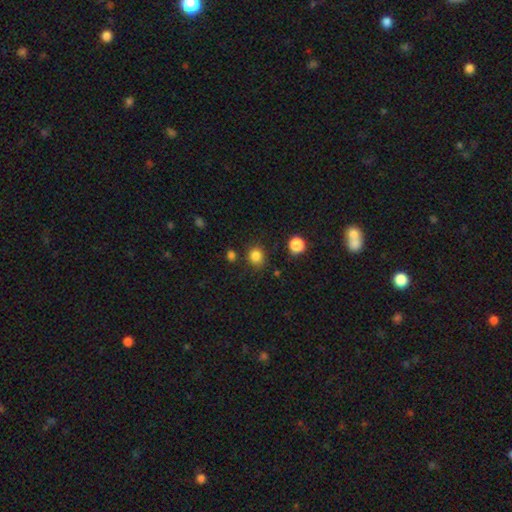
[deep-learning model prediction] The model was most divided on "how rounded": round: 81%, in between: 18%, cigar-shaped: 1%. More confident: smooth or featured — smooth (83%); merging — none (81%).